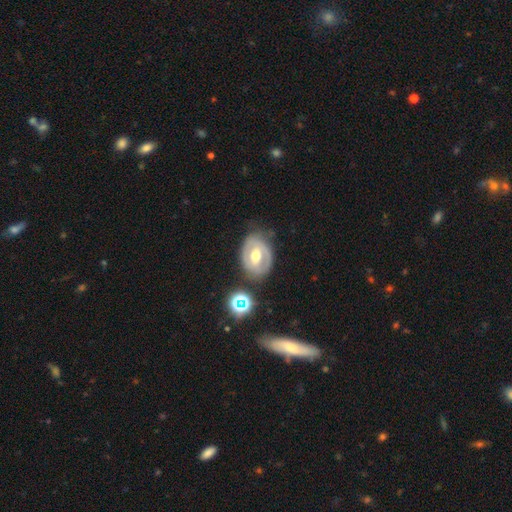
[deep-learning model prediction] A featured or disk galaxy (67%) with a weak bar (42%), no spiral arms (50%, tied with yes) and a moderate central bulge (75%).

Vote fractions:
- Smooth or featured? featured or disk: 67% / smooth: 26% / star or artifact: 7%
- Edge-on disk? no: 95% / yes: 5%
- Bar? weak: 42% / no: 31% / strong: 27%
- Spiral arms? no: 50% (tied) / yes: 50% (tied)
- Bulge size? moderate: 75% / small: 13% / large: 10% / none: 1% / dominant: 1%
- Merging? none: 69% / minor disturbance: 20% / major disturbance: 7% / merger: 5%